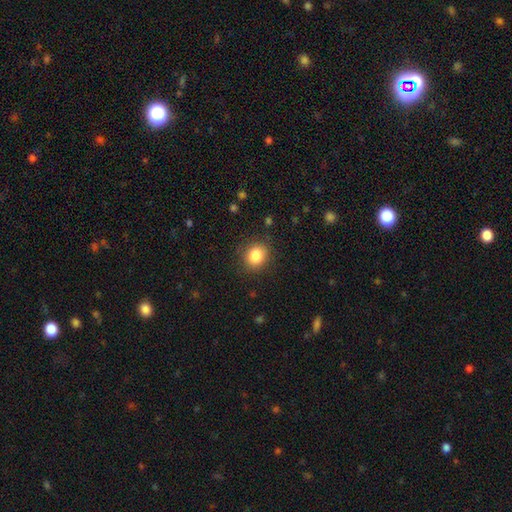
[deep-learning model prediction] Morphology: type=smooth (84%); roundness=round (70%); merging=none (86%).